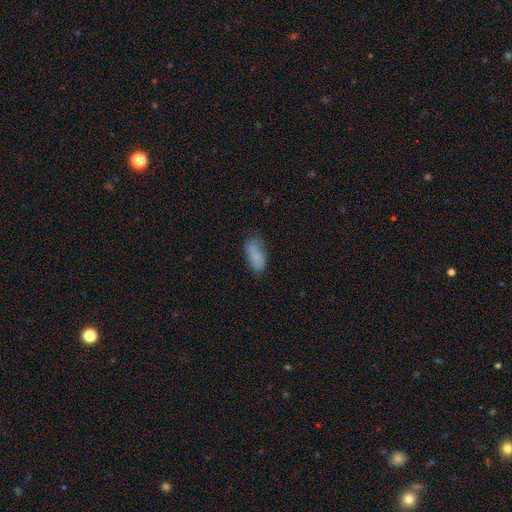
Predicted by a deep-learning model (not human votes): Overall: smooth (78%). How rounded: in between (90%). Merging: none (64%; minor disturbance 25%).